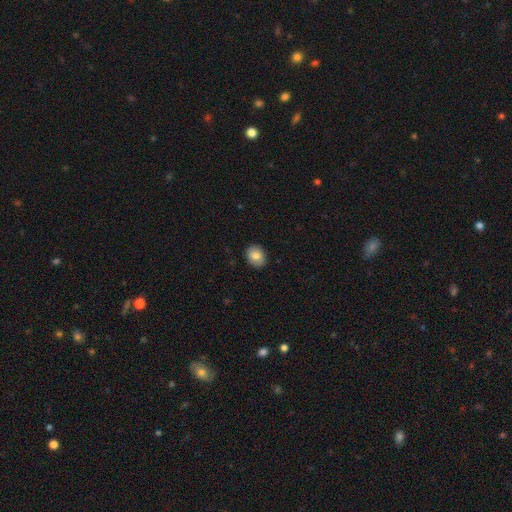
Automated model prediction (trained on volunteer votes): Overall: smooth (83%). How rounded: in between (53%; round 46%). Merging: none (89%).